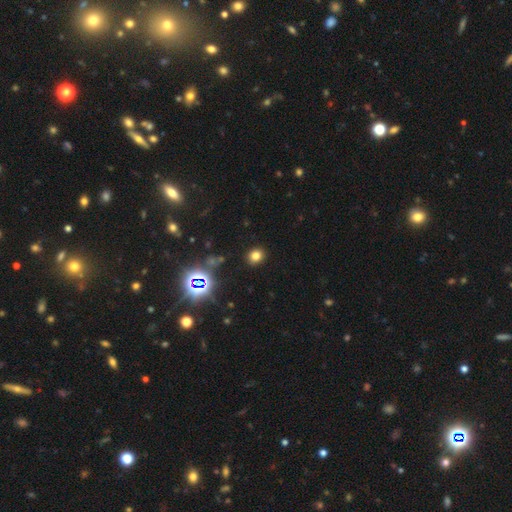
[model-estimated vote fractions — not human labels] smooth 74%, star or artifact 19%, featured or disk 6%. Down the decision tree: how rounded — round (75%); merging — none (90%).